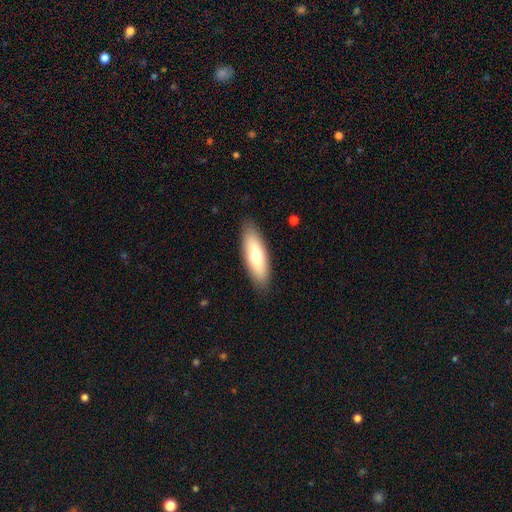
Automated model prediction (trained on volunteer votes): Overall: smooth (69%). How rounded: in between (52%; cigar-shaped 46%). Merging: none (88%).